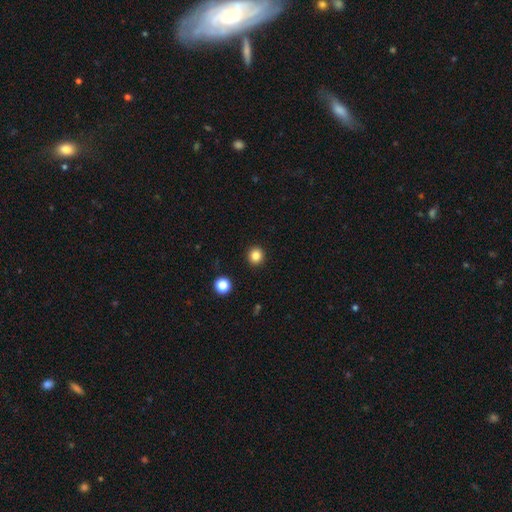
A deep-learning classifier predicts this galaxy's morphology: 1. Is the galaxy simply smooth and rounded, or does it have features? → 84% smooth, 12% star or artifact, 4% featured or disk.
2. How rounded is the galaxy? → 92% round, 7% in between, 1% cigar-shaped.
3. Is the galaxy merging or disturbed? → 93% none, 4% minor disturbance, 2% major disturbance, 1% merger.